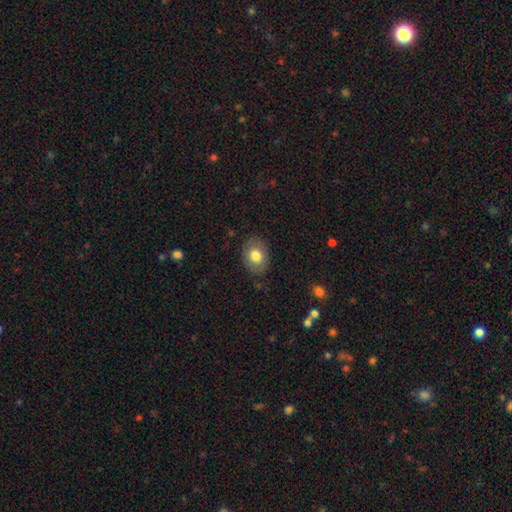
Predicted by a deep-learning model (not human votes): The model was most divided on "how rounded": in between: 66%, round: 33%, cigar-shaped: 1%. More confident: merging — none (84%); smooth or featured — smooth (78%).